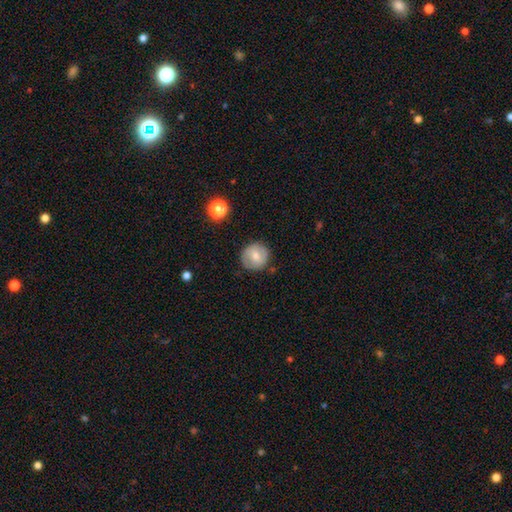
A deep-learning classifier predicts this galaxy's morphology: type=smooth (63%); roundness=round (92%); merging=none (83%).